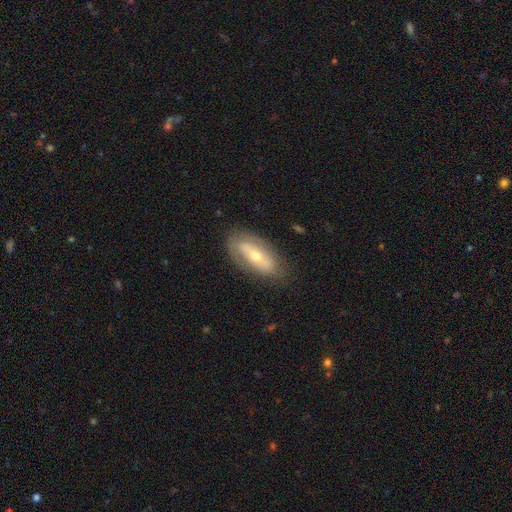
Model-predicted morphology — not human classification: Q: Smooth or featured?
A: featured or disk (56%); runner-up: smooth (38%)
Q: Edge-on disk?
A: no (80%); runner-up: yes (20%)
Q: Merging?
A: none (78%); runner-up: minor disturbance (16%)